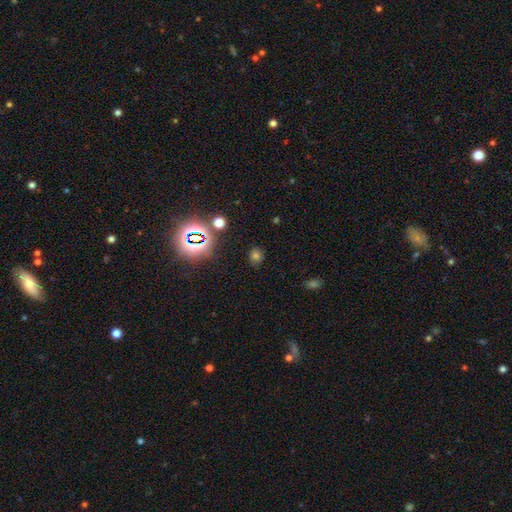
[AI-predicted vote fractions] A smooth galaxy with no disk features (59%) that is round (69%).

Vote fractions:
- Smooth or featured? smooth: 59% / star or artifact: 33% / featured or disk: 7%
- How rounded? round: 69% / in between: 29% / cigar-shaped: 1%
- Merging? none: 83% / minor disturbance: 11% / major disturbance: 4% / merger: 3%